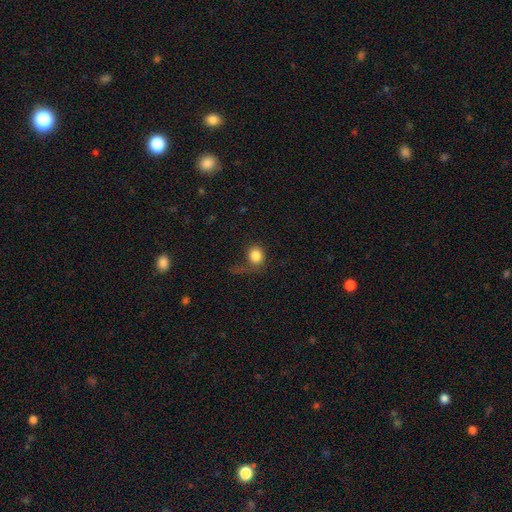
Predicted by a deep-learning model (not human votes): Smooth or featured? Predicted: smooth (p=0.82). How rounded? Predicted: round (p=0.75). Merging? Predicted: none (p=0.48).